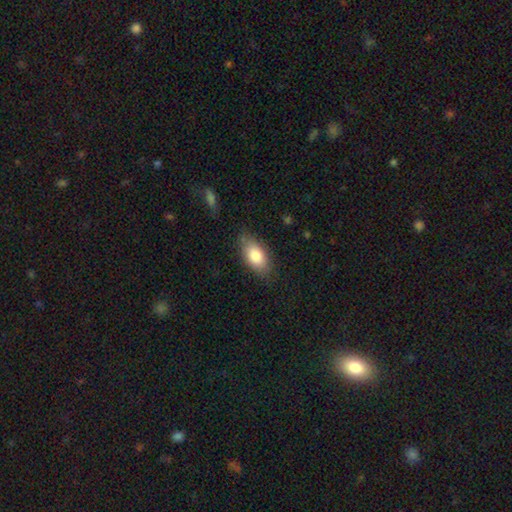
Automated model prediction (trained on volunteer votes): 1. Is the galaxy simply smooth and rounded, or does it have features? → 82% smooth, 11% featured or disk, 7% star or artifact.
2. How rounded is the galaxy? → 90% in between, 5% cigar-shaped, 5% round.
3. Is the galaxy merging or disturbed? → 79% none, 16% minor disturbance, 4% major disturbance, 1% merger.